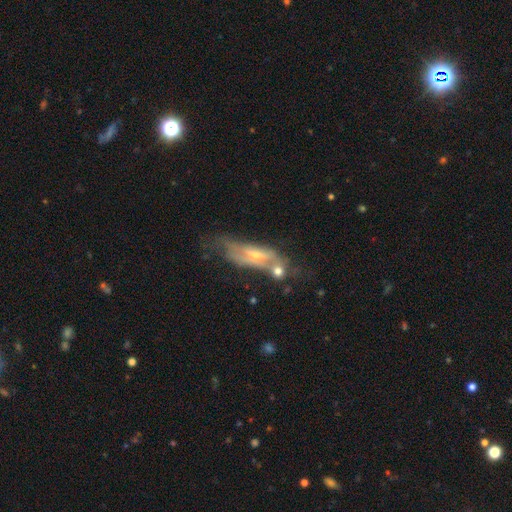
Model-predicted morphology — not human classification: featured or disk 64%, smooth 26%, star or artifact 10%. Down the decision tree: edge-on disk — no (68%); merging — none (34%).